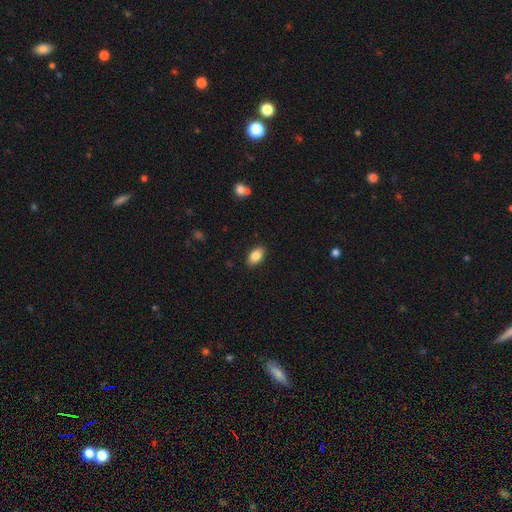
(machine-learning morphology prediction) This appears to be a smooth galaxy with no disk features (85%) that is in between round and cigar-shaped (92%). Merging: none (89%).